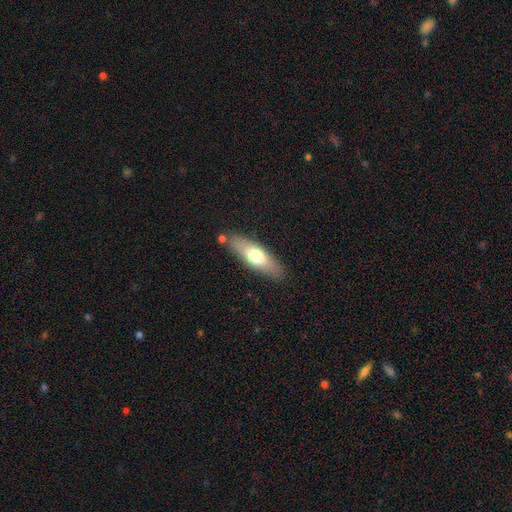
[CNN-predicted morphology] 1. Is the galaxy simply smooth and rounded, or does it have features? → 61% smooth, 33% featured or disk, 6% star or artifact.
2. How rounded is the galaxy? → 50% in between, 48% cigar-shaped, 2% round.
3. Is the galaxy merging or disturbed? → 80% none, 12% minor disturbance, 5% merger, 3% major disturbance.